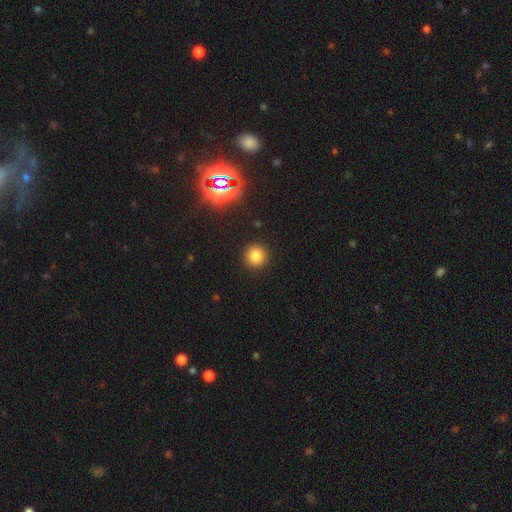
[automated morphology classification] type=smooth (81%); roundness=round (94%); merging=none (92%).